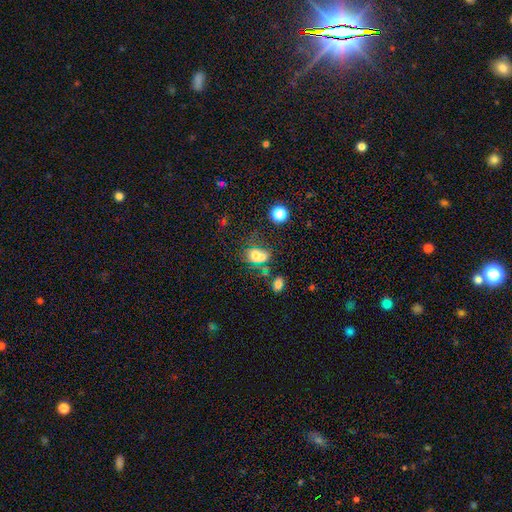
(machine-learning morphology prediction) Smooth or featured: smooth — 61% (star or artifact — 26%)
How rounded: round — 54% (in between — 44%)
Merging: none — 57% (minor disturbance — 18%)